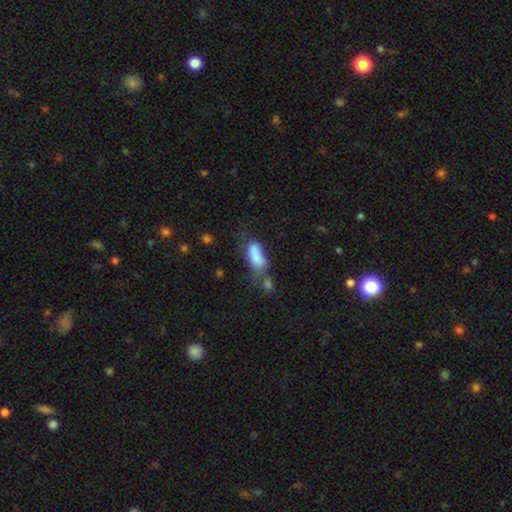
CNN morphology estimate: Smooth or featured? smooth (78%)
How rounded? in between (84%)
Merging? merger (27%)